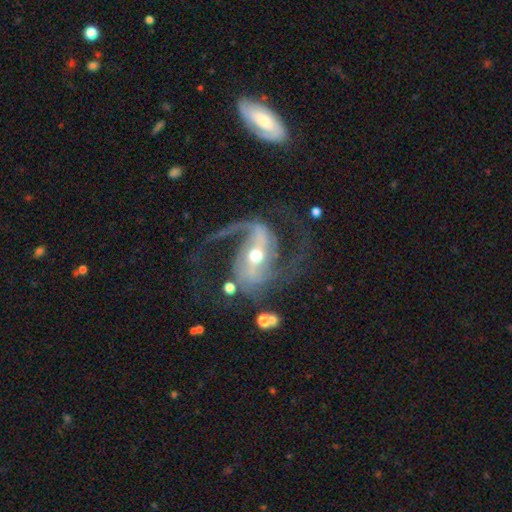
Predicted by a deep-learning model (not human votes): smooth_or_featured: featured or disk (p=0.90) [alt: star or artifact p=0.06]
disk_edge_on: no (p=0.97) [alt: yes p=0.03]
bar: strong (p=0.52) [alt: weak p=0.32]
has_spiral_arms: yes (p=0.97) [alt: no p=0.03]
spiral_winding: loose (p=0.52) [alt: medium p=0.40]
spiral_arm_count: 2 (p=0.85) [alt: 1 p=0.06]
bulge_size: moderate (p=0.68) [alt: small p=0.24]
merging: none (p=0.59) [alt: major disturbance p=0.22]